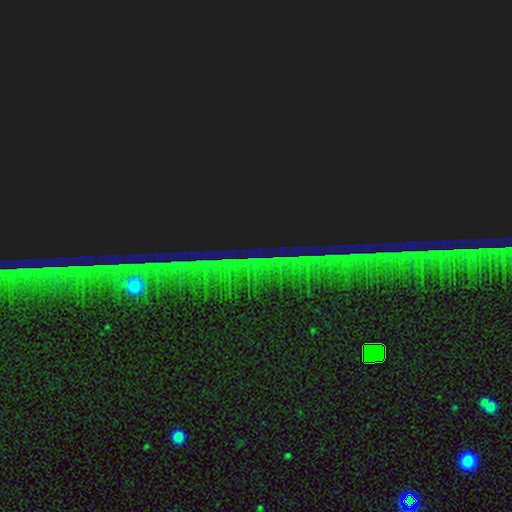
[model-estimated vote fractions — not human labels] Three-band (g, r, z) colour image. It shows a star or artifact, not a galaxy (86%).